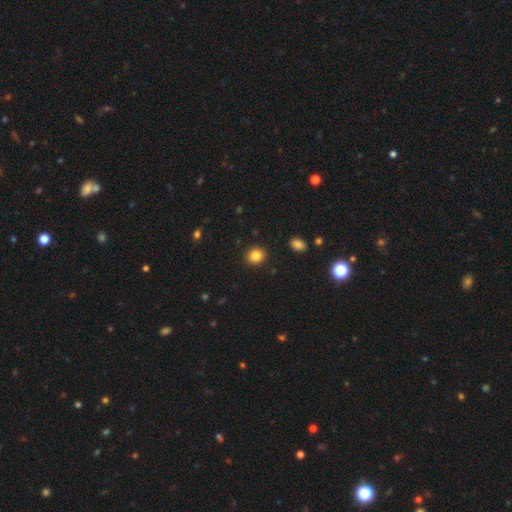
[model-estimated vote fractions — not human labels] The model was most divided on "how rounded": round: 72%, in between: 27%, cigar-shaped: 1%. More confident: merging — none (91%); smooth or featured — smooth (85%).